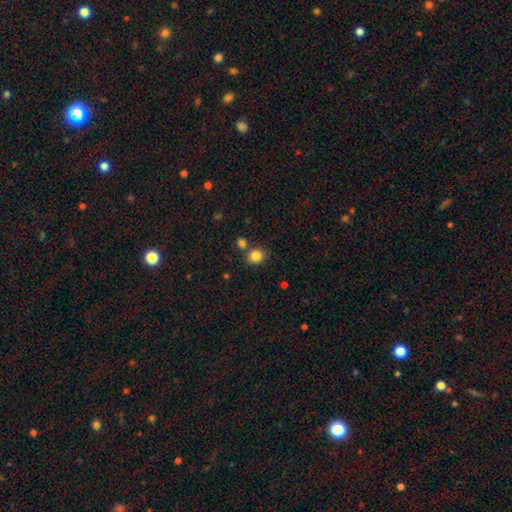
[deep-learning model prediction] smooth 84%, star or artifact 11%, featured or disk 5%. Down the decision tree: how rounded — round (73%); merging — none (73%).